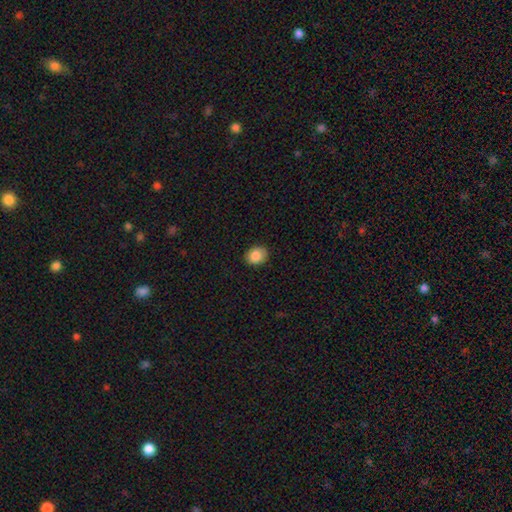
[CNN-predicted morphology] Q: Smooth or featured?
A: smooth (86%); runner-up: star or artifact (8%)
Q: How rounded?
A: round (56%); runner-up: in between (43%)
Q: Merging?
A: none (87%); runner-up: minor disturbance (10%)